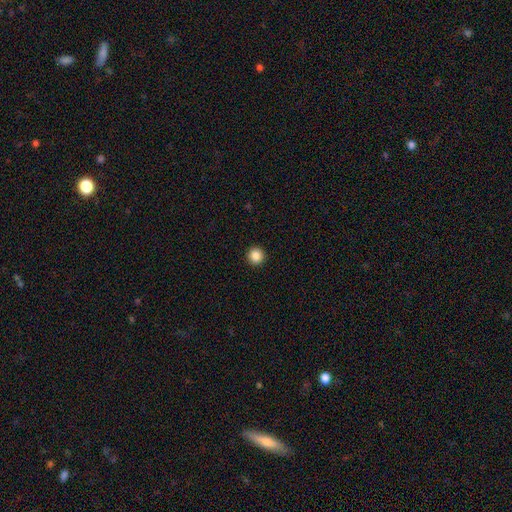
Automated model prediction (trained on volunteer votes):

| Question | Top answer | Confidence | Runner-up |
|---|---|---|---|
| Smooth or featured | smooth | 86% | star or artifact (10%) |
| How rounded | round | 96% | in between (3%) |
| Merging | none | 94% | minor disturbance (4%) |